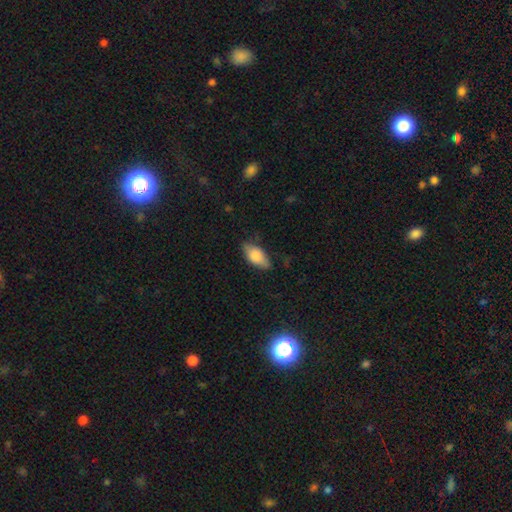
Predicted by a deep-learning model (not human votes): smooth-or-featured: smooth: 78% | featured or disk: 16% | star or artifact: 7%
  how-rounded: in between: 89% | cigar-shaped: 8% | round: 3%
  merging: none: 75% | minor disturbance: 20% | major disturbance: 4% | merger: 1%